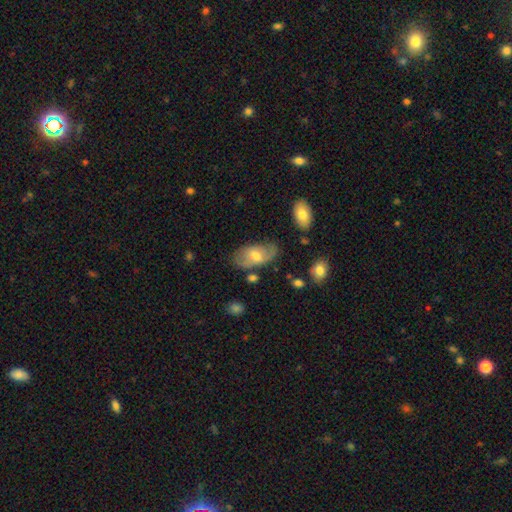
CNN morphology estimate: smooth-or-featured: smooth: 56% | featured or disk: 38% | star or artifact: 7%
  how-rounded: in between: 93% | round: 4% | cigar-shaped: 3%
  merging: none: 65% | minor disturbance: 24% | major disturbance: 7% | merger: 4%